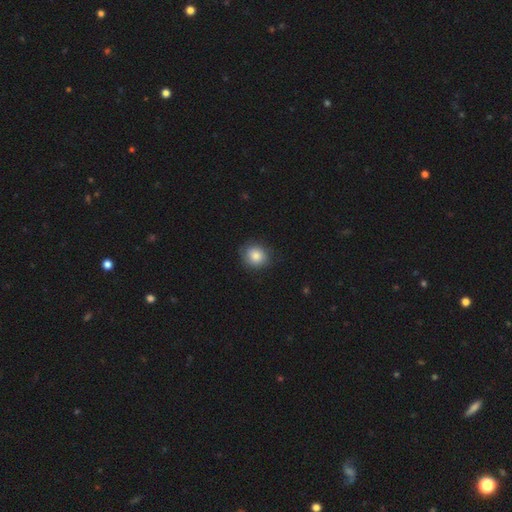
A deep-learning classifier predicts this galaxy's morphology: Smooth or featured? Predicted: smooth (p=0.82). How rounded? Predicted: round (p=0.79). Merging? Predicted: none (p=0.83).